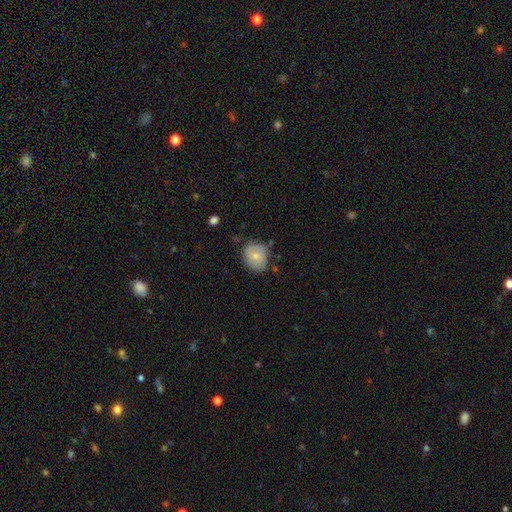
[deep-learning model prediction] Overall: smooth (70%). How rounded: round (57%; in between 42%). Merging: none (66%).